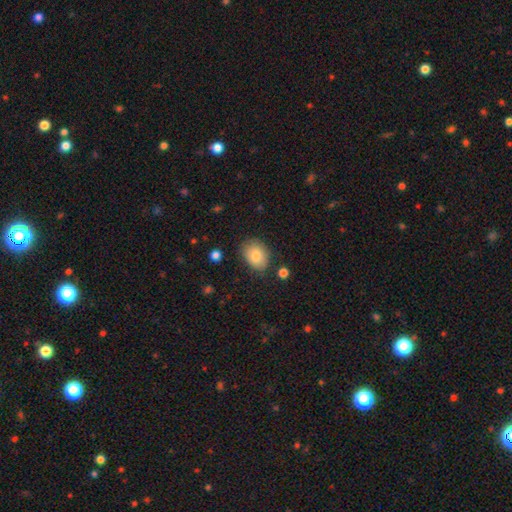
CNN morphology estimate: This appears to be a smooth galaxy with no disk features (82%) that is in between round and cigar-shaped (67%). Merging: none (76%).